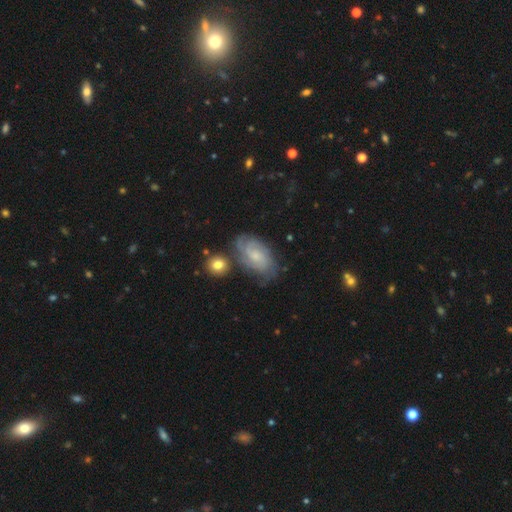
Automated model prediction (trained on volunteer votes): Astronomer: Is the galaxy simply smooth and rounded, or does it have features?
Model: featured or disk — 70%.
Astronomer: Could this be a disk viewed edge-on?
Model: no — 95%.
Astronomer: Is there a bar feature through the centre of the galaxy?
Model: no — 65%.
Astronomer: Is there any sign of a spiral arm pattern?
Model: yes — 92%.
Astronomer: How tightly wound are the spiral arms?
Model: tight — 60%.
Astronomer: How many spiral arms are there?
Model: can't tell — 42% (runner-up: 2, 27%).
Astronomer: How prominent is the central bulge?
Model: small — 56% (runner-up: moderate, 32%).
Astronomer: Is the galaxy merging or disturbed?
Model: none — 67%.